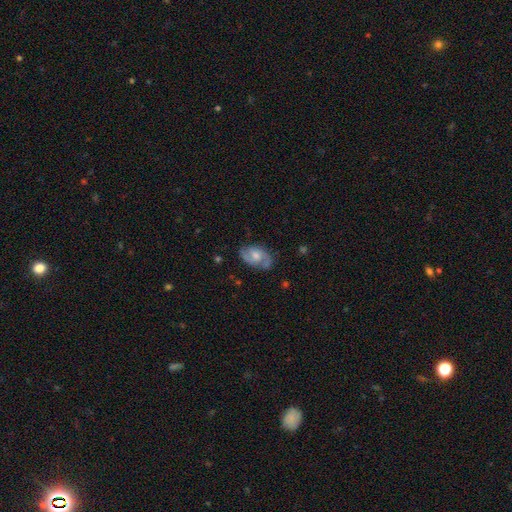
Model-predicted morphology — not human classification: Overall: featured or disk (68%). Edge-on disk: no (96%). Bar: no (60%; weak 35%). Spiral arms: yes (89%). Spiral arm count: 2 (81%). Spiral winding: medium (49%; tight 28%). Bulge size: moderate (54%; small 34%). Merging: none (73%).